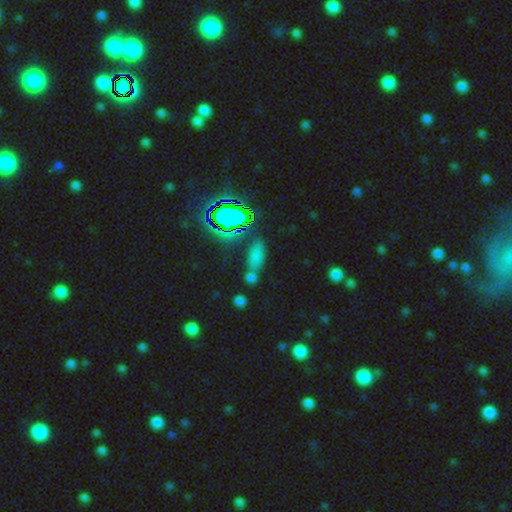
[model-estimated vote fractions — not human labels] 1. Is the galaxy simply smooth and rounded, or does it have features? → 57% smooth, 32% star or artifact, 10% featured or disk.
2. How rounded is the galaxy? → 67% in between, 24% cigar-shaped, 9% round.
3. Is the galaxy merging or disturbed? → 60% none, 19% merger, 14% minor disturbance, 7% major disturbance.